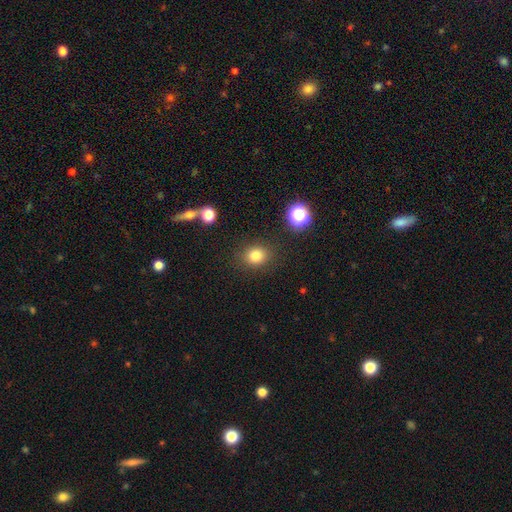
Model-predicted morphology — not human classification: smooth_or_featured: smooth (p=0.81) [alt: star or artifact p=0.13]
how_rounded: round (p=0.65) [alt: in between p=0.34]
merging: none (p=0.87) [alt: minor disturbance p=0.08]